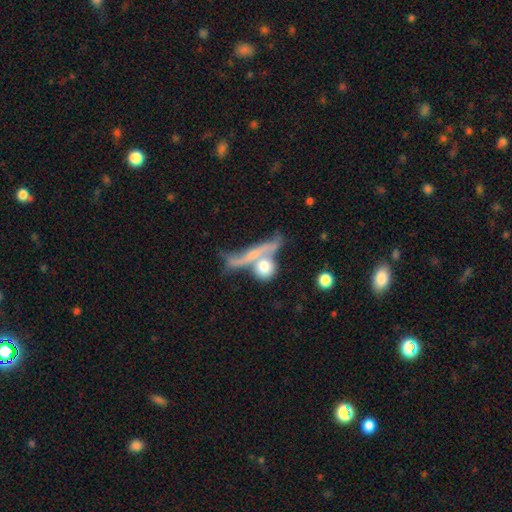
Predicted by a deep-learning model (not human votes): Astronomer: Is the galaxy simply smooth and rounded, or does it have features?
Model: featured or disk — 45% (runner-up: smooth, 43%).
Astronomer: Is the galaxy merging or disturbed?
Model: none — 40% (runner-up: merger, 35%).